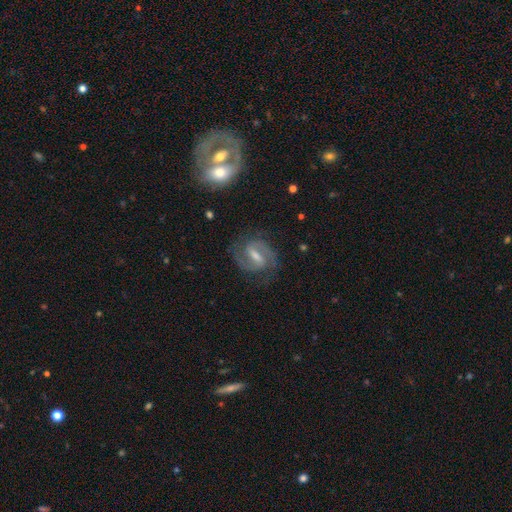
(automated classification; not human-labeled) Q: Smooth or featured?
A: featured or disk (87%); runner-up: smooth (7%)
Q: Edge-on disk?
A: no (97%); runner-up: yes (3%)
Q: Bar?
A: strong (52%); runner-up: weak (40%)
Q: Spiral arms?
A: yes (97%); runner-up: no (3%)
Q: Spiral winding?
A: medium (57%); runner-up: tight (31%)
Q: Spiral arm count?
A: 2 (92%); runner-up: can't tell (3%)
Q: Bulge size?
A: moderate (41%); runner-up: small (37%)
Q: Merging?
A: none (80%); runner-up: minor disturbance (13%)